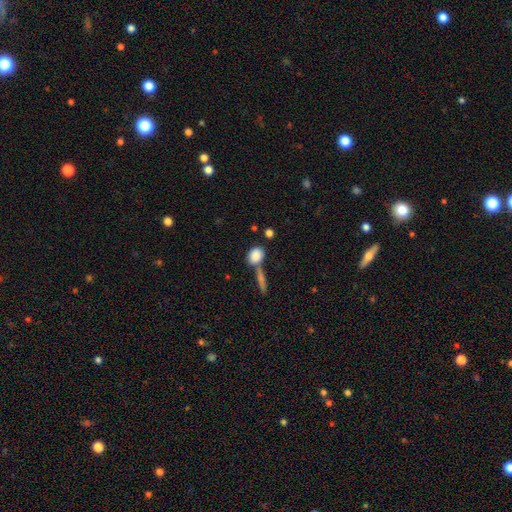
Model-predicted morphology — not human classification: This is clearly a smooth galaxy (85%). How rounded: likely in between (63%). Merging: possibly none (55%).